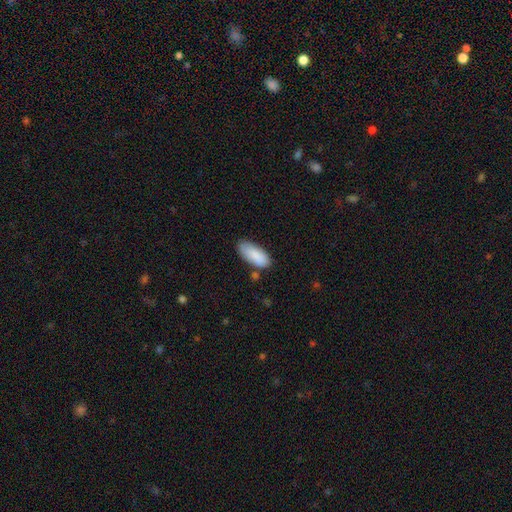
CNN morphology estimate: Smooth or featured? Predicted: smooth (p=0.87). How rounded? Predicted: in between (p=0.84). Merging? Predicted: none (p=0.73).